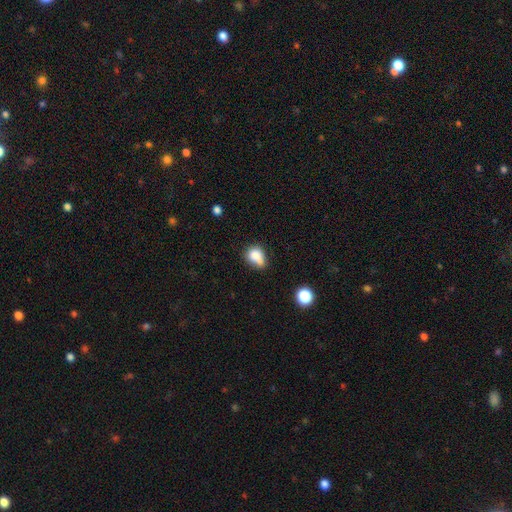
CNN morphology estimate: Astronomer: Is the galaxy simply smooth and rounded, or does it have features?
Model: smooth — 78%.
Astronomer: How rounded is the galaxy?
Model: round — 59% (runner-up: in between, 40%).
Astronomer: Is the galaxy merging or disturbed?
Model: none — 37% (runner-up: merger, 29%).